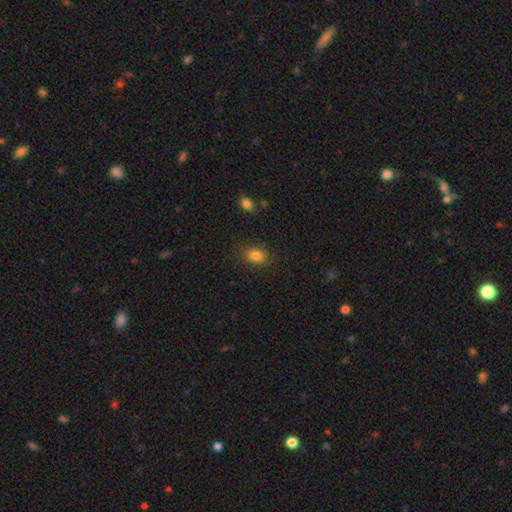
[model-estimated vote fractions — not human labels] A smooth galaxy with no disk features (83%) that is in between round and cigar-shaped (69%).

Vote fractions:
- Smooth or featured? smooth: 83% / star or artifact: 11% / featured or disk: 6%
- How rounded? in between: 69% / round: 30% / cigar-shaped: 1%
- Merging? none: 84% / minor disturbance: 12% / major disturbance: 3% / merger: 1%